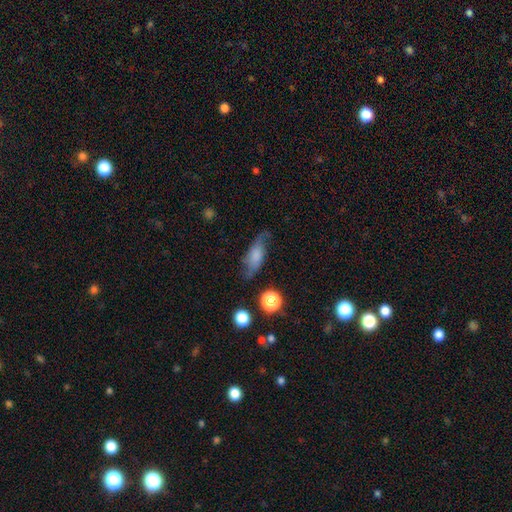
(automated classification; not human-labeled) Smooth or featured: smooth — 55% (featured or disk — 35%)
How rounded: in between — 68% (cigar-shaped — 25%)
Merging: none — 64% (minor disturbance — 24%)